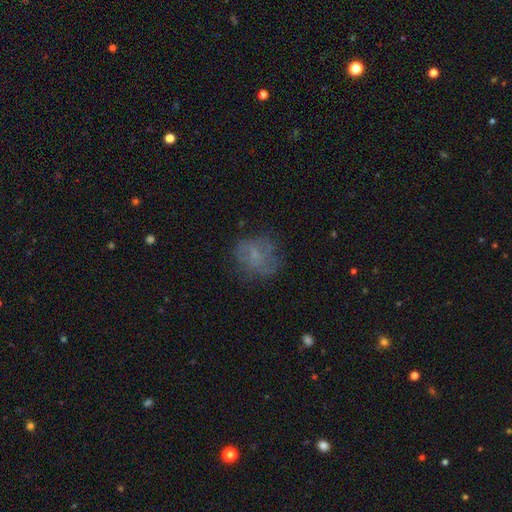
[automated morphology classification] A smooth galaxy with no disk features (51%) that is round (67%). Merging: none (65%).